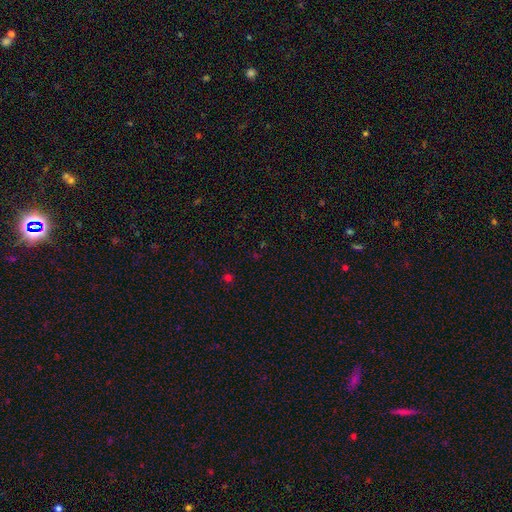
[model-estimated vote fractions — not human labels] Smooth or featured?
  - star or artifact: 60% *
  - smooth: 34%
  - featured or disk: 7%